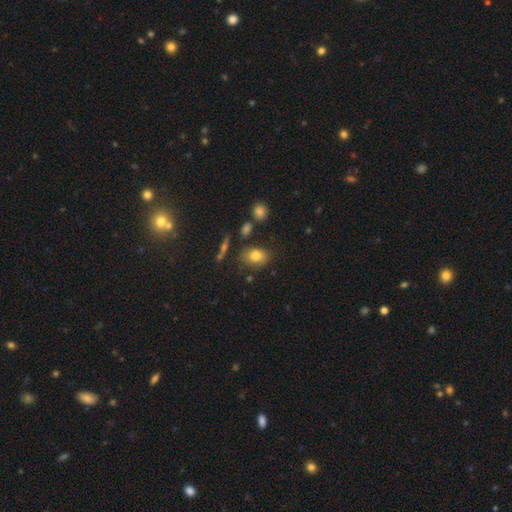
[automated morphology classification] A smooth galaxy with no disk features (80%) that is in between round and cigar-shaped (72%).

Vote fractions:
- Smooth or featured? smooth: 80% / featured or disk: 10% / star or artifact: 10%
- How rounded? in between: 72% / round: 26% / cigar-shaped: 2%
- Merging? none: 73% / minor disturbance: 16% / merger: 6% / major disturbance: 5%